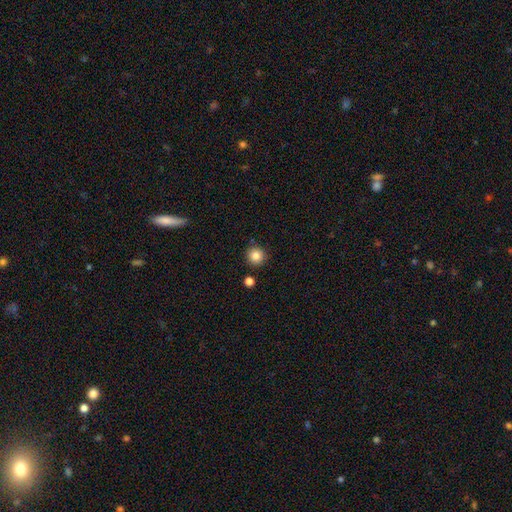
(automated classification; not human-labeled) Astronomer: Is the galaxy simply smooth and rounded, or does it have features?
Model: smooth — 84%.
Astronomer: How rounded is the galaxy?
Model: round — 94%.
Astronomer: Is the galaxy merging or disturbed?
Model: none — 88%.